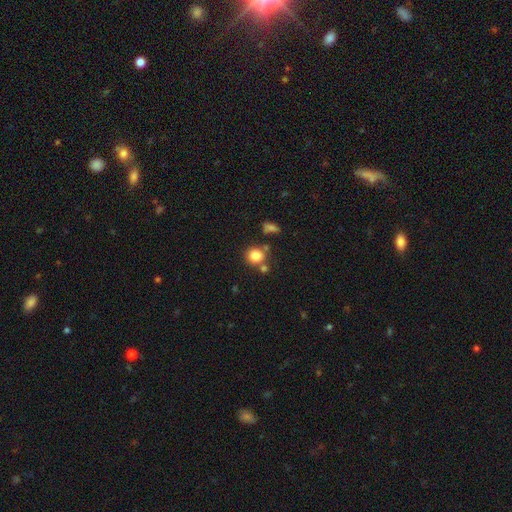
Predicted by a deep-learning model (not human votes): Morphology: type=smooth (83%); roundness=round (80%); merging=none (66%).